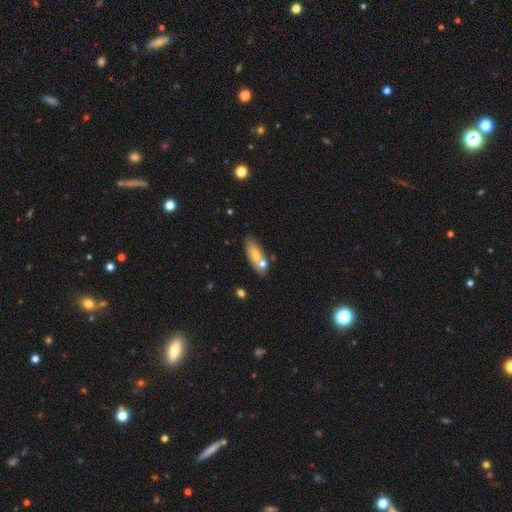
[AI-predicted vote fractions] Smooth or featured? smooth (66%)
How rounded? in between (69%)
Merging? none (54%)